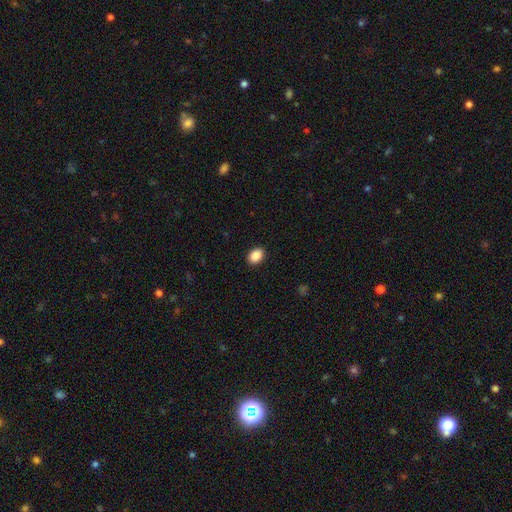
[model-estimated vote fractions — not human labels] Q: Smooth or featured?
A: smooth (89%); runner-up: star or artifact (8%)
Q: How rounded?
A: in between (76%); runner-up: round (23%)
Q: Merging?
A: none (91%); runner-up: minor disturbance (7%)